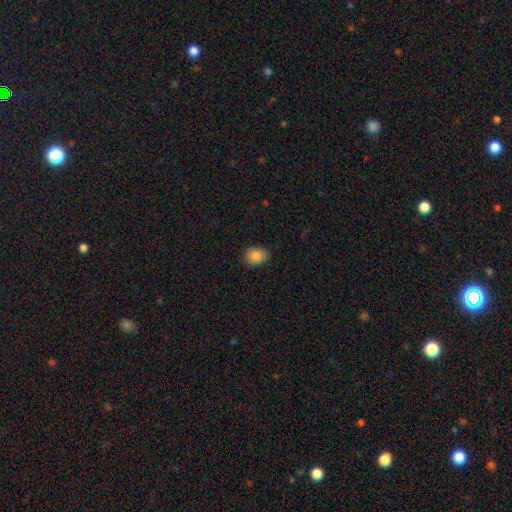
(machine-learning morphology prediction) smooth_or_featured: smooth (p=0.87) [alt: star or artifact p=0.09]
how_rounded: in between (p=0.60) [alt: round p=0.39]
merging: none (p=0.85) [alt: minor disturbance p=0.11]